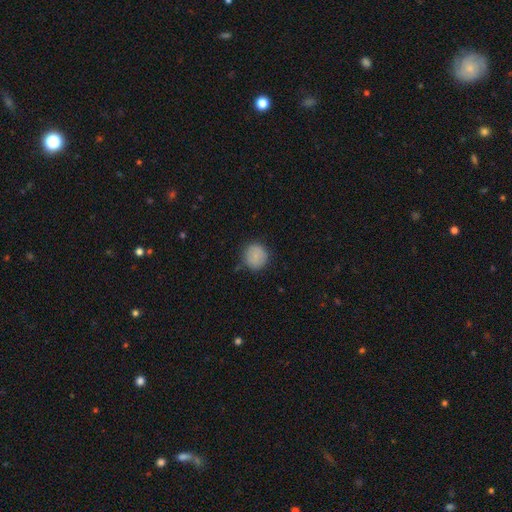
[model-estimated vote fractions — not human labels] Smooth or featured?
  - smooth: 82% *
  - featured or disk: 9%
  - star or artifact: 8%
How rounded?
  - round: 91% *
  - in between: 8%
  - cigar-shaped: 1%
Merging?
  - none: 84% *
  - minor disturbance: 12%
  - major disturbance: 3%
  - merger: 1%